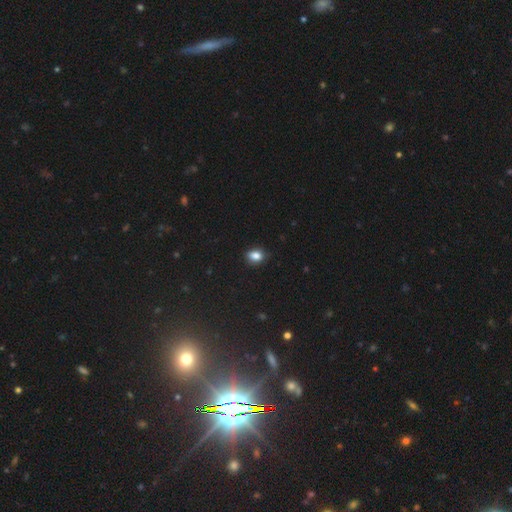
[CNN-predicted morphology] Smooth or featured?
  - smooth: 84% *
  - star or artifact: 11%
  - featured or disk: 5%
How rounded?
  - in between: 64% *
  - round: 34%
  - cigar-shaped: 2%
Merging?
  - none: 83% *
  - minor disturbance: 14%
  - major disturbance: 2%
  - merger: 1%